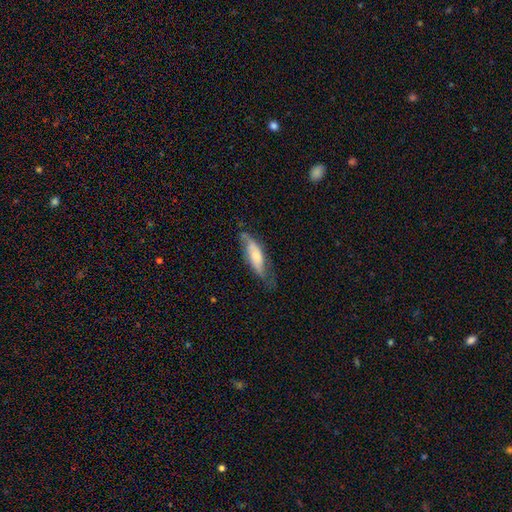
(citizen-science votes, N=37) smooth_or_featured: smooth (p=0.49) [alt: featured or disk p=0.43]
how_rounded: cigar-shaped (p=0.56) [alt: in between p=0.44]
merging: none (p=0.59) [alt: minor disturbance p=0.32]